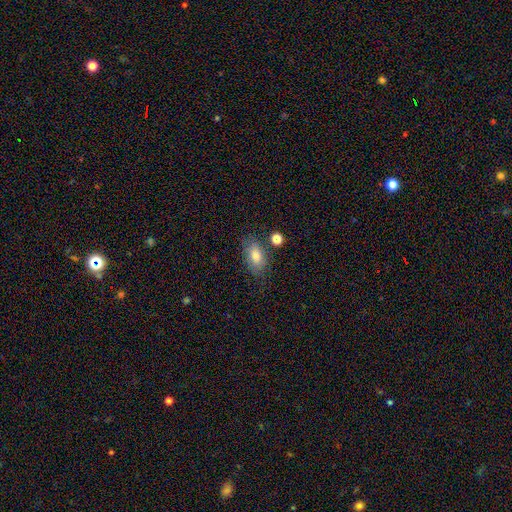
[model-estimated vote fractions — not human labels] The model was most divided on "merging": none: 74%, minor disturbance: 16%, merger: 6%, major disturbance: 4%. More confident: how rounded — in between (88%); smooth or featured — smooth (78%).